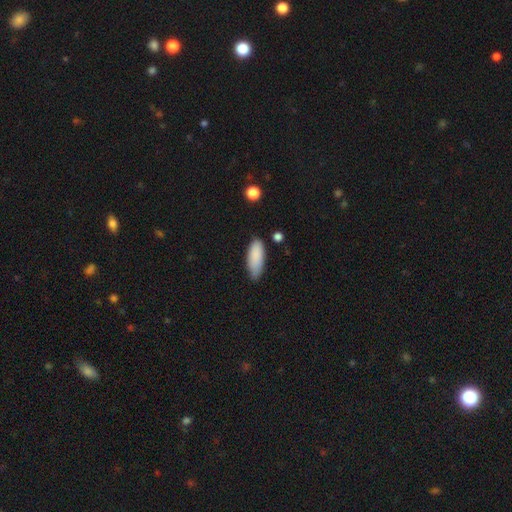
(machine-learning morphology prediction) Smooth or featured: smooth — 87% (star or artifact — 7%)
How rounded: in between — 71% (cigar-shaped — 27%)
Merging: none — 69% (minor disturbance — 24%)